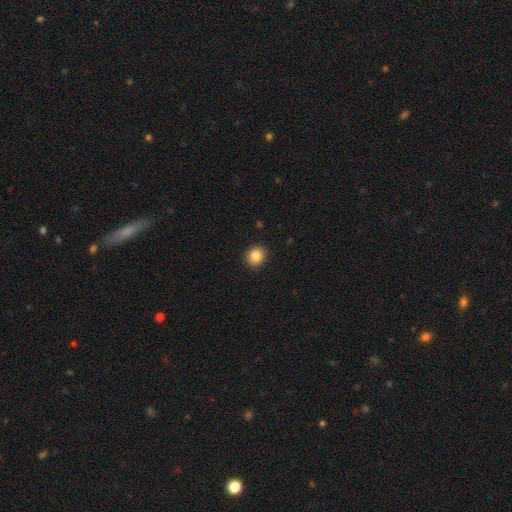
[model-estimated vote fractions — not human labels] A smooth galaxy with no disk features (84%) that is round (85%).

Vote fractions:
- Smooth or featured? smooth: 84% / star or artifact: 10% / featured or disk: 5%
- How rounded? round: 85% / in between: 15% / cigar-shaped: 1%
- Merging? none: 90% / minor disturbance: 7% / major disturbance: 2% / merger: 1%